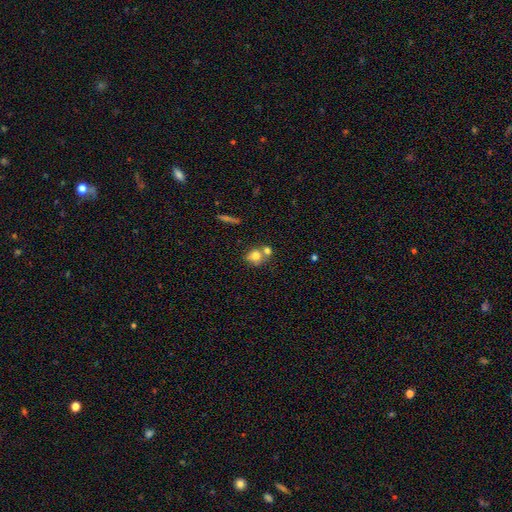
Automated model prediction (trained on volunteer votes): This appears to be a smooth galaxy with no disk features (73%) that is round (70%). Merging: merger (44%).